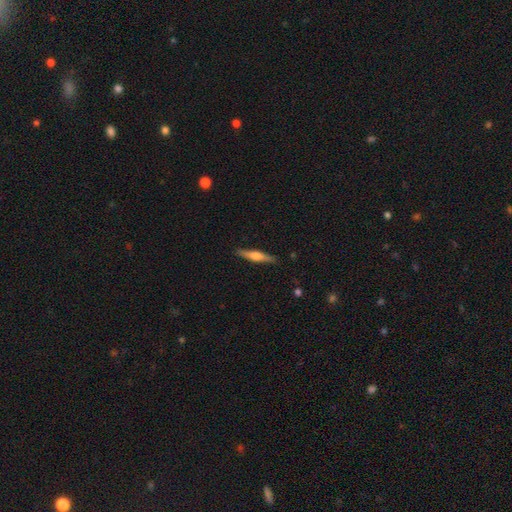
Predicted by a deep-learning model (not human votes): Smooth or featured: featured or disk — 54% (smooth — 41%)
Edge-on disk: yes — 96% (no — 4%)
Edge-on bulge: rounded — 80% (boxy — 13%)
Merging: none — 89% (minor disturbance — 8%)